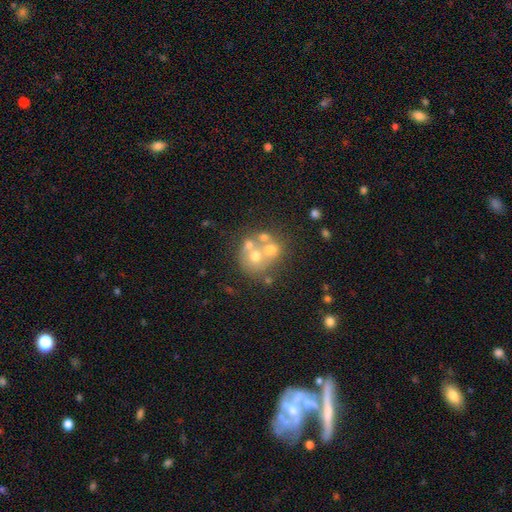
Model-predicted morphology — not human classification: type=smooth (45%); merging=merger (49%).